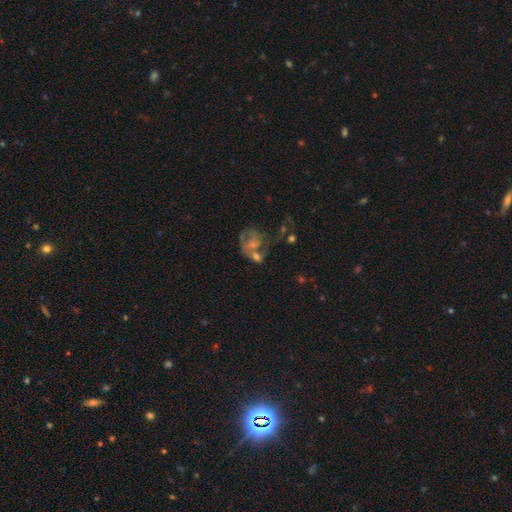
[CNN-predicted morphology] The model was most divided on "spiral arms": yes: 51%, no: 49%. Remaining: edge-on disk — no (97%); bar — no (76%); smooth or featured — featured or disk (52%); bulge size — small (44%); merging — merger (35%).